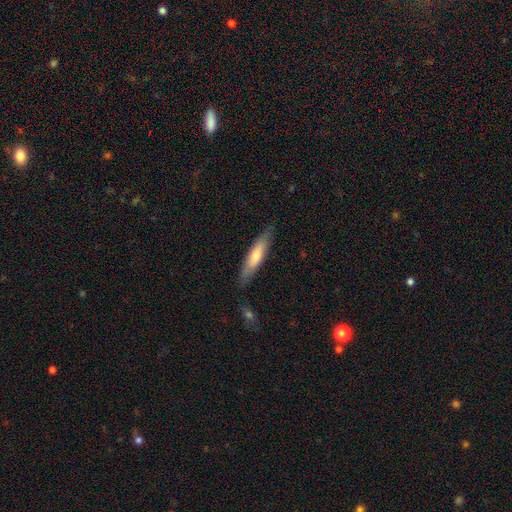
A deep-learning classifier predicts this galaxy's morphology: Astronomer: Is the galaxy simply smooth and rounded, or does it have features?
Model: smooth — 61%.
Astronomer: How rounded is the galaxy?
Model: cigar-shaped — 82%.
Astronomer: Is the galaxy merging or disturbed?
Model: none — 85%.